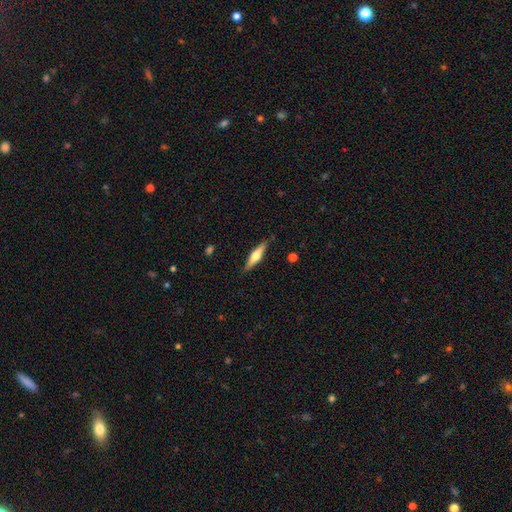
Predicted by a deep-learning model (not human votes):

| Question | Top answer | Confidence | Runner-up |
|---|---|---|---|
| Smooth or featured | featured or disk | 58% | smooth (37%) |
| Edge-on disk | yes | 96% | no (4%) |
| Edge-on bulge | rounded | 91% | boxy (6%) |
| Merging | none | 88% | minor disturbance (9%) |